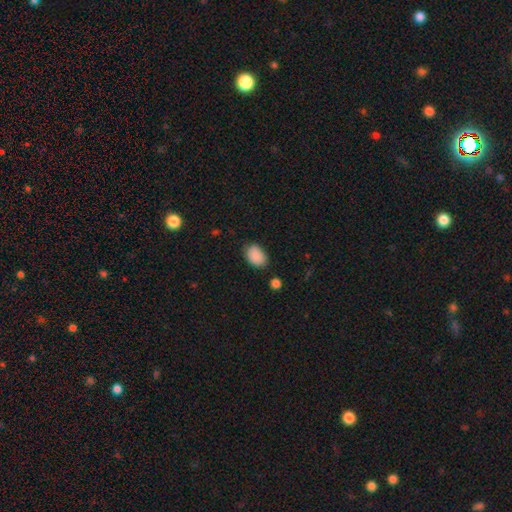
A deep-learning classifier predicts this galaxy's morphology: A smooth galaxy with no disk features (89%) that is in between round and cigar-shaped (84%).

Vote fractions:
- Smooth or featured? smooth: 89% / star or artifact: 7% / featured or disk: 3%
- How rounded? in between: 84% / round: 15% / cigar-shaped: 1%
- Merging? none: 78% / minor disturbance: 16% / major disturbance: 4% / merger: 3%